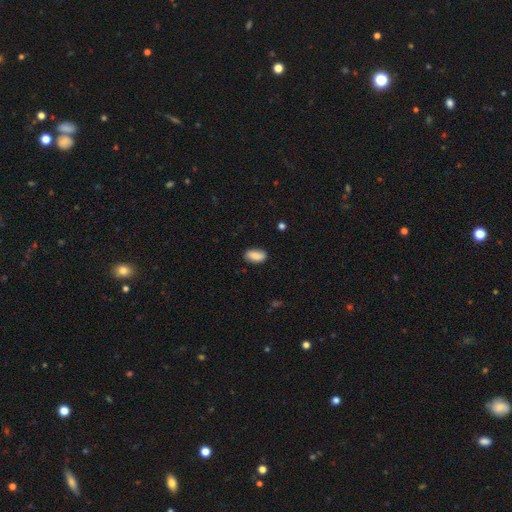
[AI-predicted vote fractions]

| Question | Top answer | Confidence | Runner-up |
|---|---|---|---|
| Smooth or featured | smooth | 85% | featured or disk (9%) |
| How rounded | in between | 92% | round (4%) |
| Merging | none | 83% | minor disturbance (13%) |